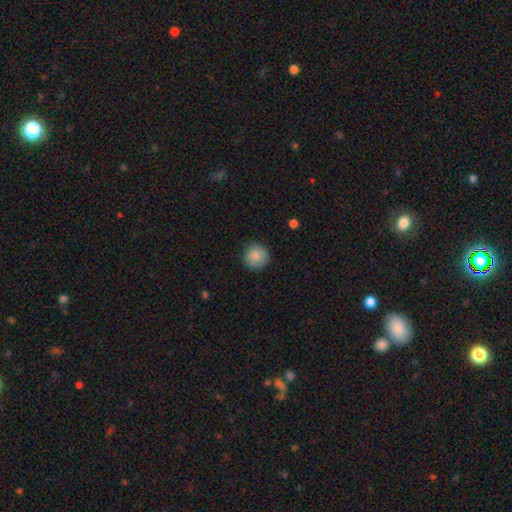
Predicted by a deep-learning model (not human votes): Smooth or featured: smooth — 86% (star or artifact — 8%)
How rounded: round — 94% (in between — 5%)
Merging: none — 88% (minor disturbance — 9%)